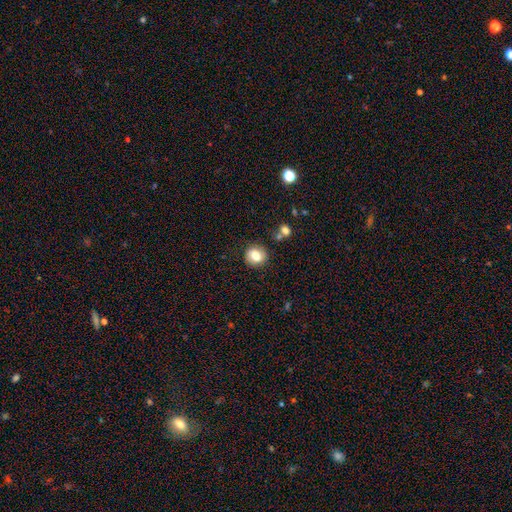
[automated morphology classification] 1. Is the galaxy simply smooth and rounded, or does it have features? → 72% smooth, 19% featured or disk, 9% star or artifact.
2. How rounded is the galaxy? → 81% round, 18% in between, 1% cigar-shaped.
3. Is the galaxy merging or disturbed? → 82% none, 11% minor disturbance, 3% merger, 3% major disturbance.